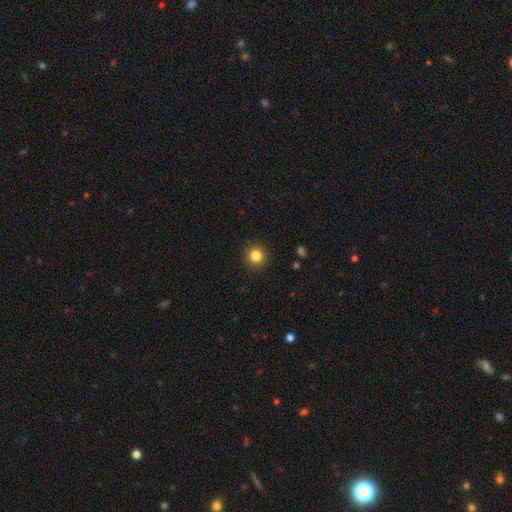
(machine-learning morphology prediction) This is clearly a smooth galaxy (84%). How rounded: clearly round (93%). Merging: clearly none (91%).